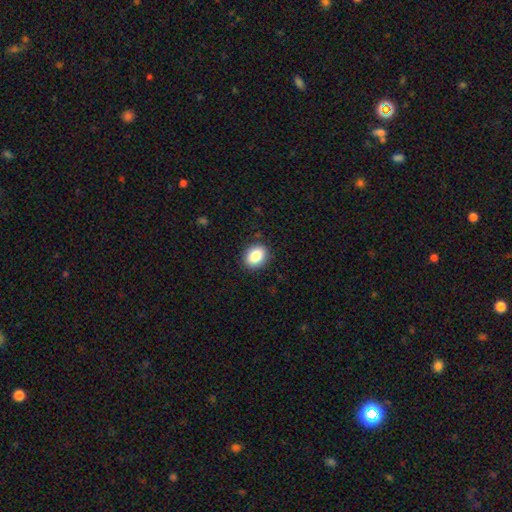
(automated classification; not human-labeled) smooth 85%, star or artifact 9%, featured or disk 6%. Down the decision tree: how rounded — in between (54%); merging — none (89%).